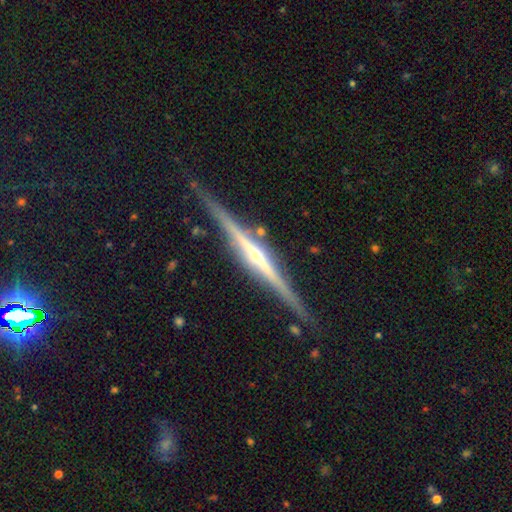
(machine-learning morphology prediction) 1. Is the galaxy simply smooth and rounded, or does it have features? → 88% featured or disk, 7% smooth, 5% star or artifact.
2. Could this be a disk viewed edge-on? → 98% yes, 2% no.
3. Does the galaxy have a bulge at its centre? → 80% rounded, 13% none, 7% boxy.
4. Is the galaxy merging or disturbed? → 88% none, 9% minor disturbance, 2% merger, 2% major disturbance.